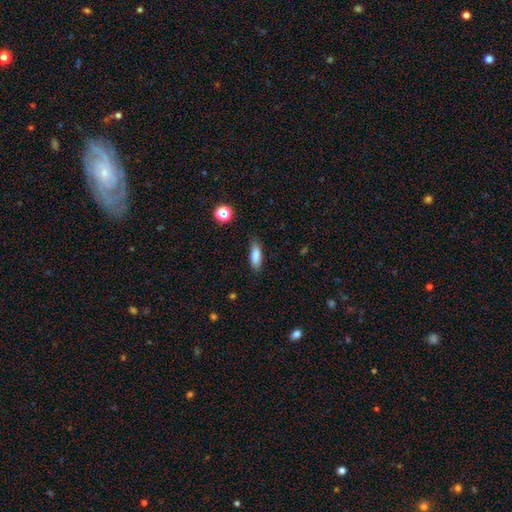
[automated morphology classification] smooth 84%, star or artifact 8%, featured or disk 8%. Down the decision tree: how rounded — in between (57%); merging — none (82%).